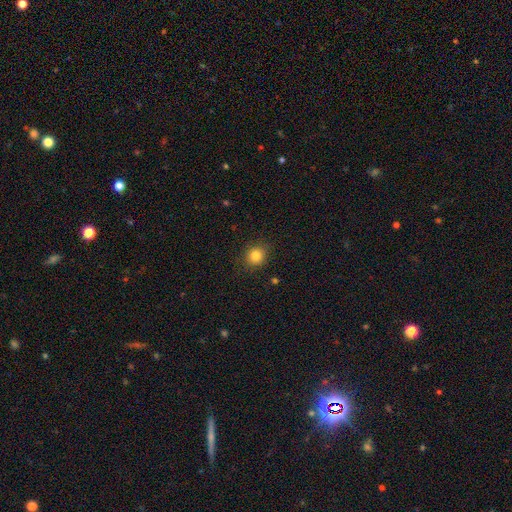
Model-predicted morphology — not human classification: Smooth or featured? smooth (83%)
How rounded? round (84%)
Merging? none (88%)